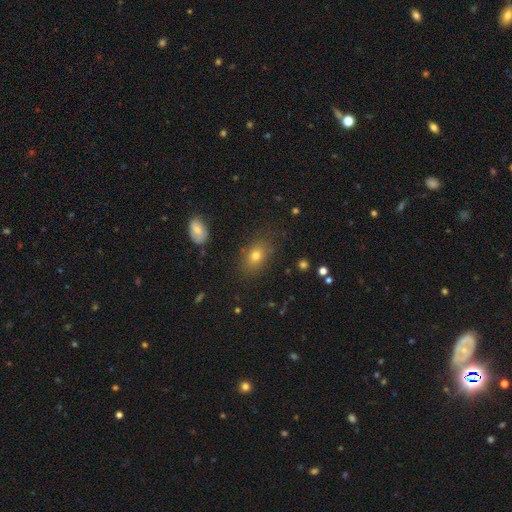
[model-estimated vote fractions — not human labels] A smooth galaxy with no disk features (74%) that is in between round and cigar-shaped (76%). Merging: none (81%).